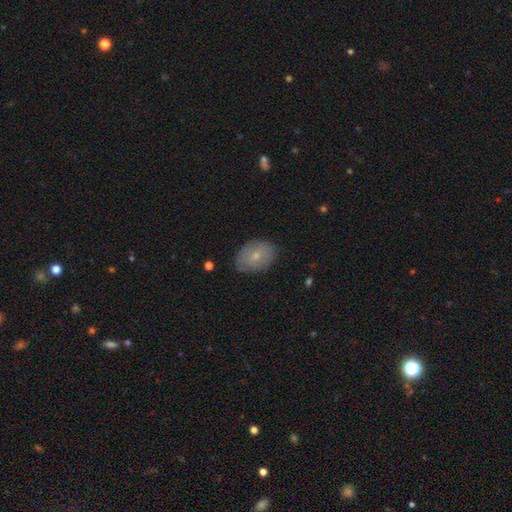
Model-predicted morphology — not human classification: type=smooth (66%); roundness=in between (83%); merging=none (80%).